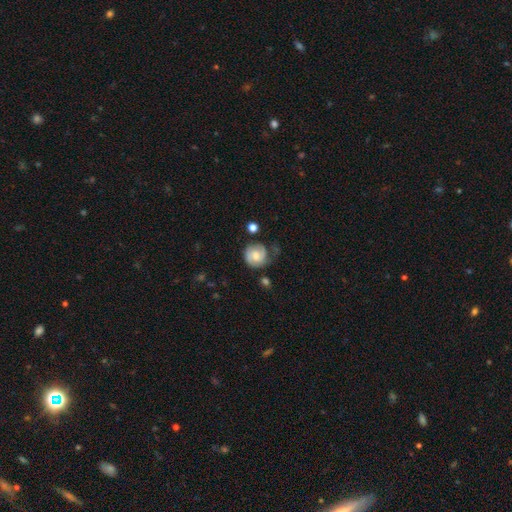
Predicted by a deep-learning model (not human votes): smooth_or_featured: featured or disk (p=0.47) [alt: smooth p=0.45]
merging: none (p=0.51) [alt: minor disturbance p=0.27]